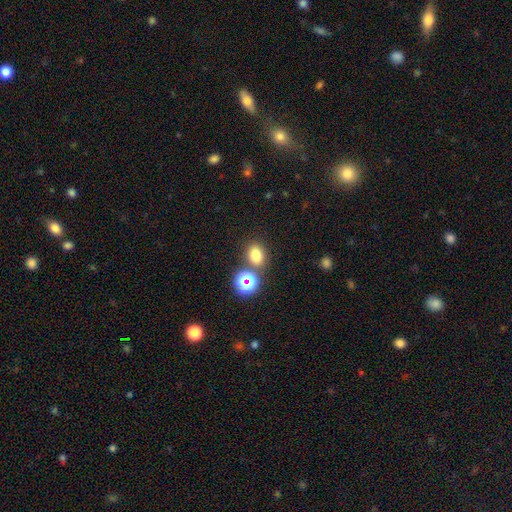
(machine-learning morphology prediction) A smooth galaxy with no disk features (74%) that is in between round and cigar-shaped (53%).

Vote fractions:
- Smooth or featured? smooth: 74% / star or artifact: 19% / featured or disk: 7%
- How rounded? in between: 53% / round: 46% / cigar-shaped: 1%
- Merging? none: 74% / merger: 13% / minor disturbance: 10% / major disturbance: 3%